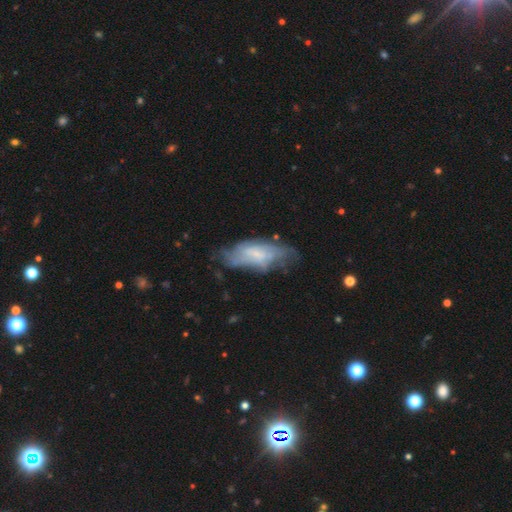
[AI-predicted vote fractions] smooth-or-featured: featured or disk: 48% | smooth: 42% | star or artifact: 9%
  merging: none: 63% | minor disturbance: 25% | major disturbance: 10% | merger: 2%